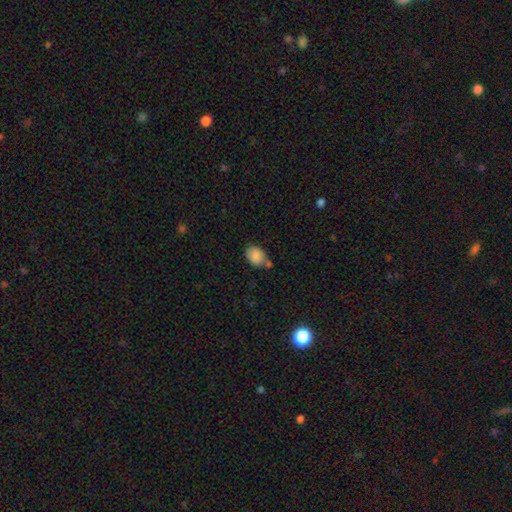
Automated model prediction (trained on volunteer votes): Morphology: type=smooth (86%); roundness=in between (69%); merging=none (58%).